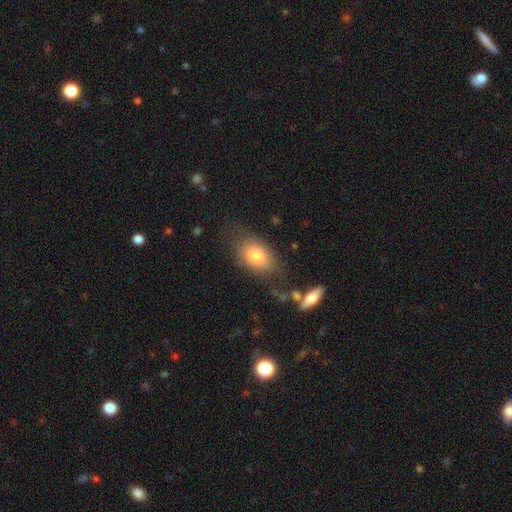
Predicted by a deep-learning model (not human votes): A smooth galaxy with no disk features (78%) that is in between round and cigar-shaped (80%). Merging: none (66%).